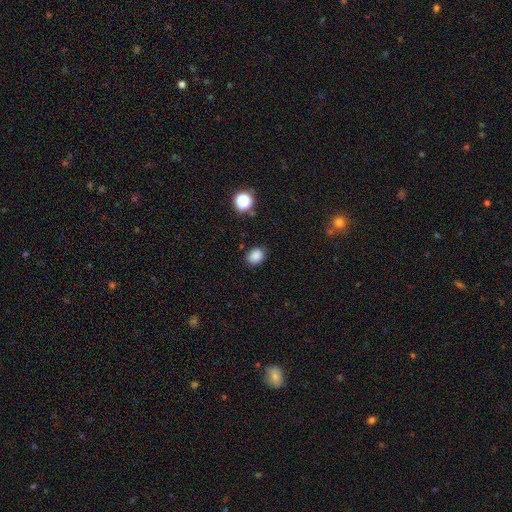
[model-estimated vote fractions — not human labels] Smooth or featured?
  - smooth: 84% *
  - star or artifact: 12%
  - featured or disk: 4%
How rounded?
  - in between: 50% *
  - round: 49%
  - cigar-shaped: 1%
Merging?
  - none: 84% *
  - minor disturbance: 12%
  - major disturbance: 3%
  - merger: 2%